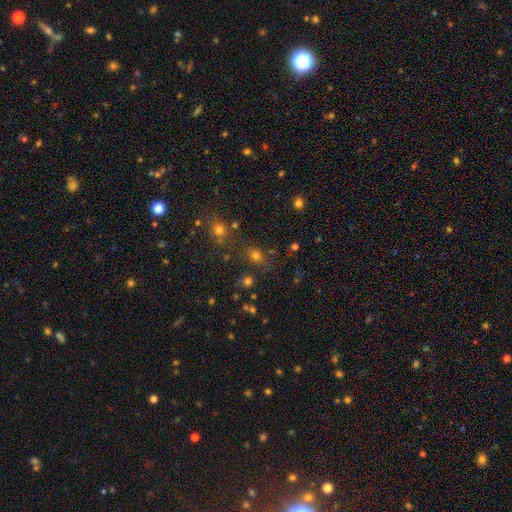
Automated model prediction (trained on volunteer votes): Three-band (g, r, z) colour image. It shows a smooth galaxy with no disk features (68%) that is round (57%). Merging: none (66%).